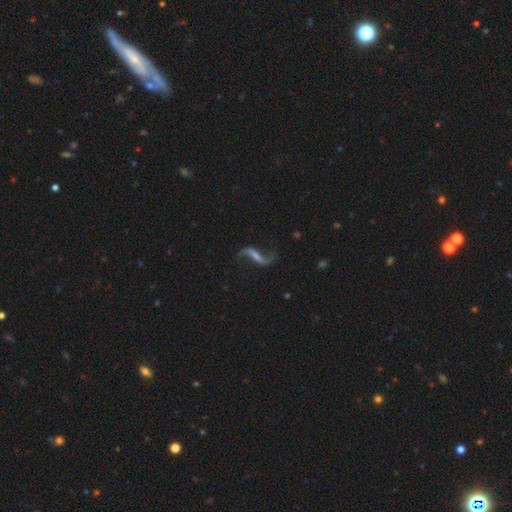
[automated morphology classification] Q: Smooth or featured?
A: featured or disk (86%); runner-up: star or artifact (7%)
Q: Edge-on disk?
A: no (93%); runner-up: yes (7%)
Q: Bar?
A: weak (40%); runner-up: strong (38%)
Q: Spiral arms?
A: yes (96%); runner-up: no (4%)
Q: Spiral winding?
A: loose (93%); runner-up: medium (5%)
Q: Spiral arm count?
A: 2 (93%); runner-up: 1 (2%)
Q: Bulge size?
A: small (40%); runner-up: none (36%)
Q: Merging?
A: none (76%); runner-up: minor disturbance (13%)